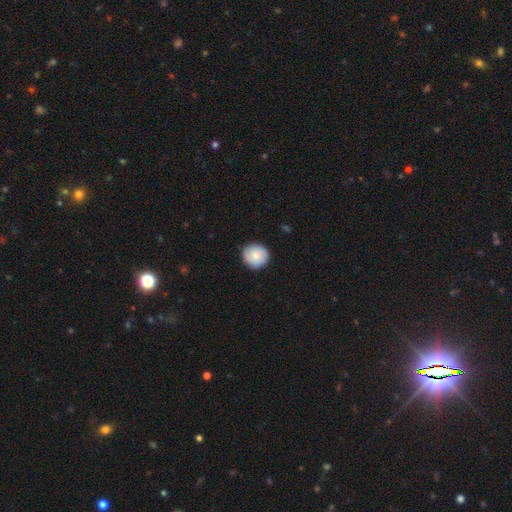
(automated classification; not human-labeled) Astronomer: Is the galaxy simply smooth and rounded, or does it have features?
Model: smooth — 77%.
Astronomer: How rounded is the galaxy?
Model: round — 91%.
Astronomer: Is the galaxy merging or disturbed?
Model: none — 86%.